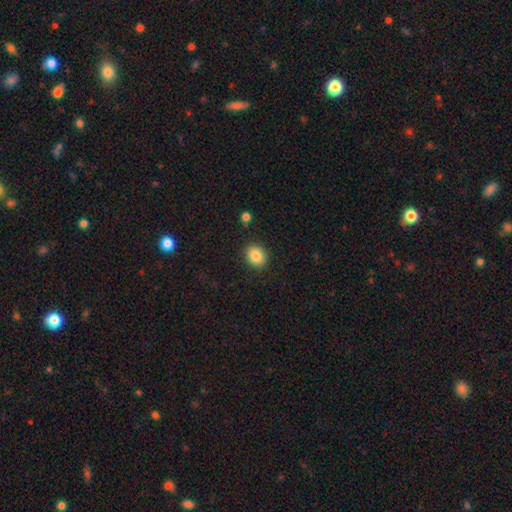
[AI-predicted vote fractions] Q: Smooth or featured?
A: smooth (86%); runner-up: star or artifact (9%)
Q: How rounded?
A: round (68%); runner-up: in between (31%)
Q: Merging?
A: none (89%); runner-up: minor disturbance (7%)